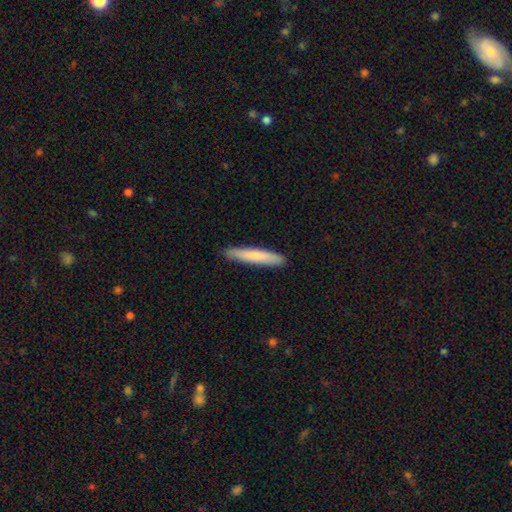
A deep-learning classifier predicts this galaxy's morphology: The model was most divided on "smooth or featured": smooth: 75%, featured or disk: 19%, star or artifact: 5%. More confident: how rounded — cigar-shaped (94%); merging — none (89%).